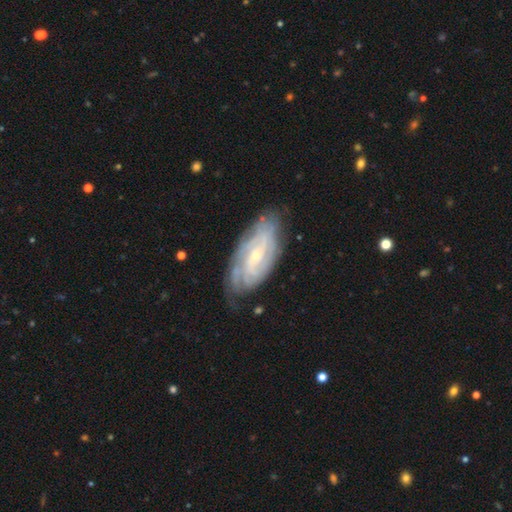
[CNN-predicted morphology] smooth_or_featured: featured or disk (p=0.85) [alt: smooth p=0.10]
disk_edge_on: no (p=0.93) [alt: yes p=0.07]
bar: no (p=0.46) [alt: weak p=0.40]
has_spiral_arms: yes (p=0.95) [alt: no p=0.05]
spiral_winding: tight (p=0.67) [alt: medium p=0.27]
spiral_arm_count: can't tell (p=0.36) [alt: 2 p=0.20]
bulge_size: small (p=0.73) [alt: moderate p=0.23]
merging: none (p=0.74) [alt: minor disturbance p=0.19]